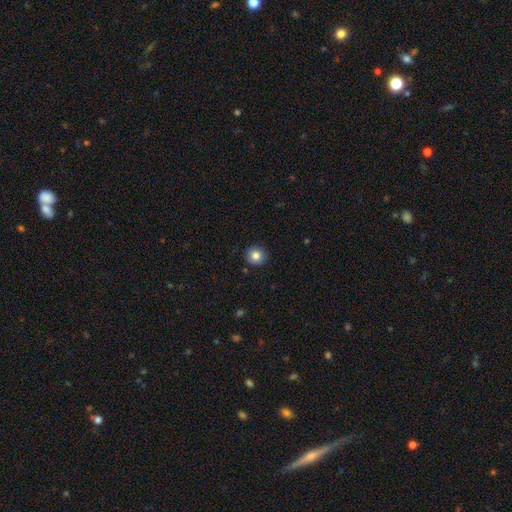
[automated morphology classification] Smooth or featured: smooth — 82% (star or artifact — 10%)
How rounded: round — 92% (in between — 7%)
Merging: none — 91% (minor disturbance — 6%)